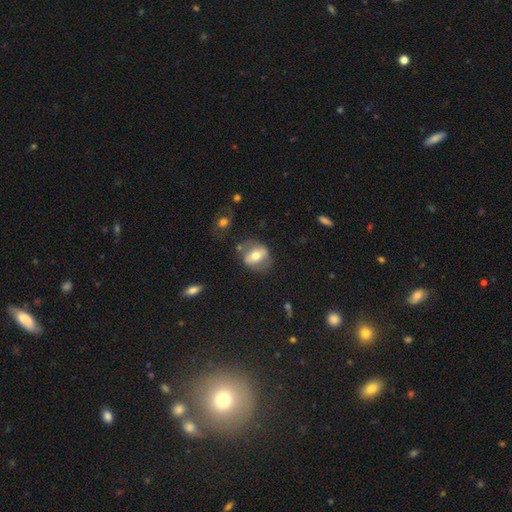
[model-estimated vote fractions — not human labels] Q: Smooth or featured?
A: smooth (50%); runner-up: featured or disk (43%)
Q: Merging?
A: none (67%); runner-up: minor disturbance (18%)